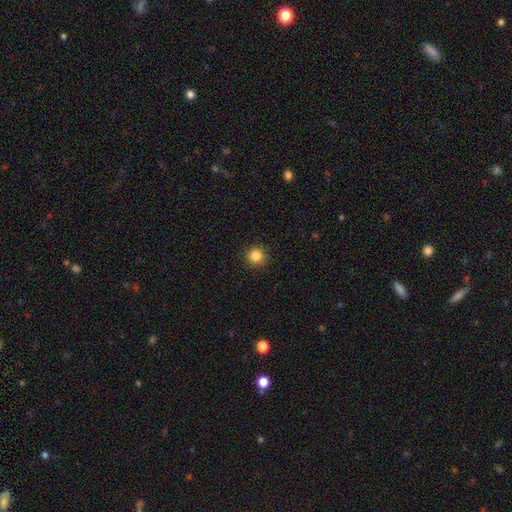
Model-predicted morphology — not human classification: Smooth or featured: smooth — 85% (star or artifact — 11%)
How rounded: round — 95% (in between — 4%)
Merging: none — 91% (minor disturbance — 6%)